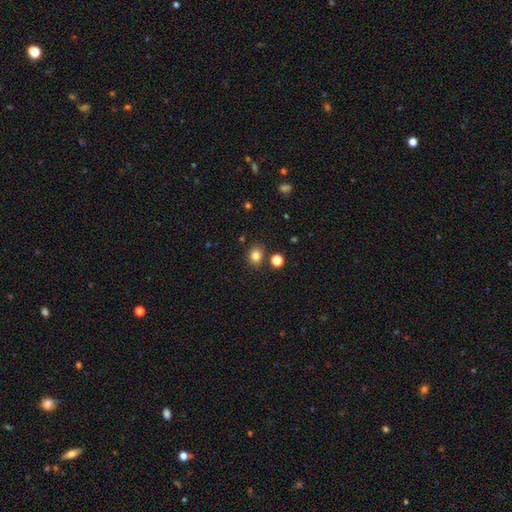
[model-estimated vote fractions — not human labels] This is clearly a smooth galaxy (82%). How rounded: possibly round (57%). Merging: clearly none (81%).